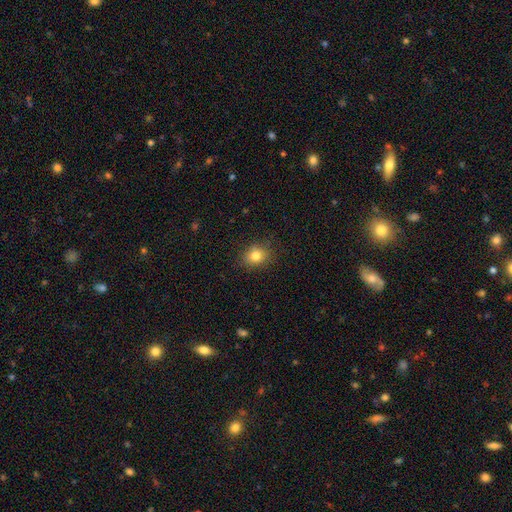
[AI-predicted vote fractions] smooth_or_featured: smooth (p=0.81) [alt: star or artifact p=0.12]
how_rounded: round (p=0.56) [alt: in between p=0.43]
merging: none (p=0.84) [alt: minor disturbance p=0.12]